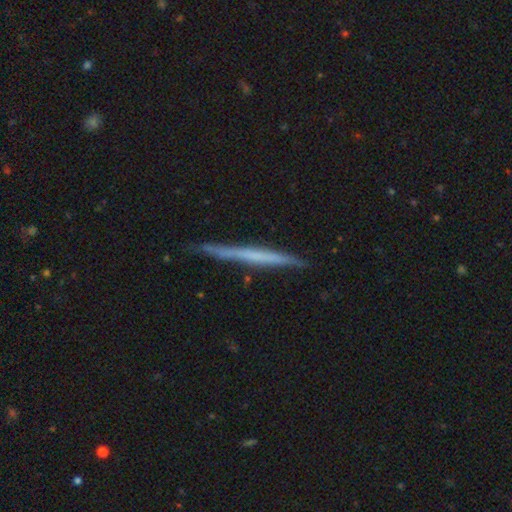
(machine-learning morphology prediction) Smooth or featured? featured or disk (54%)
Edge-on disk? yes (97%)
Edge-on bulge? none (88%)
Merging? none (86%)